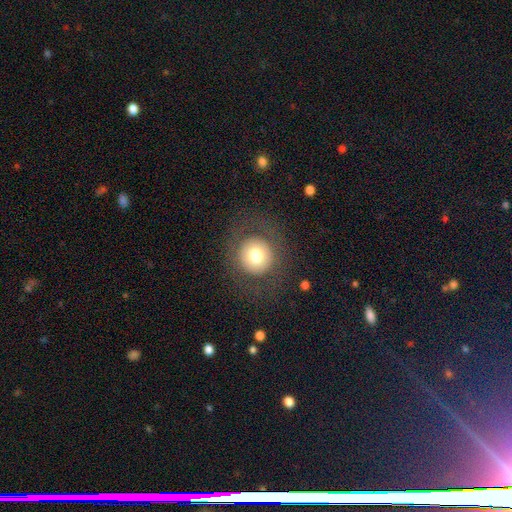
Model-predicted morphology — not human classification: smooth 69%, featured or disk 20%, star or artifact 11%. Down the decision tree: how rounded — round (93%); merging — none (81%).